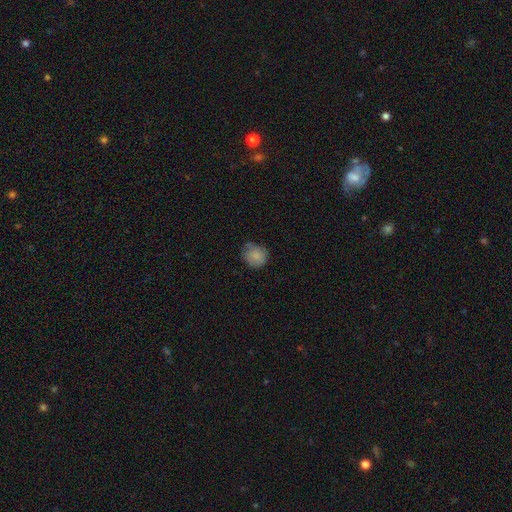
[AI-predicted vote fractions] The model was most divided on "merging": none: 61%, minor disturbance: 30%, major disturbance: 7%, merger: 2%. More confident: smooth or featured — smooth (82%); how rounded — round (77%).